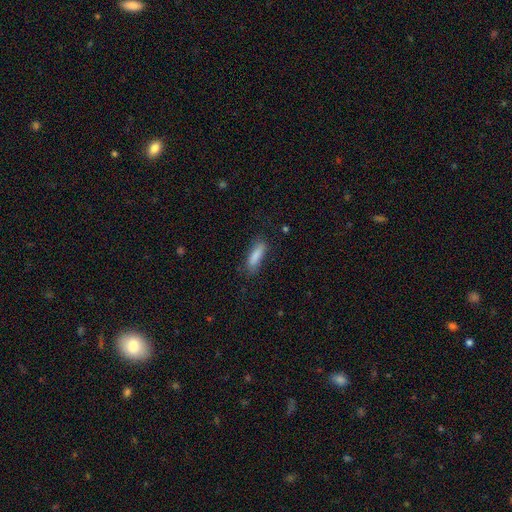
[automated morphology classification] smooth-or-featured: smooth: 85% | featured or disk: 8% | star or artifact: 7%
  how-rounded: cigar-shaped: 58% | in between: 40% | round: 2%
  merging: none: 79% | minor disturbance: 15% | major disturbance: 4% | merger: 1%